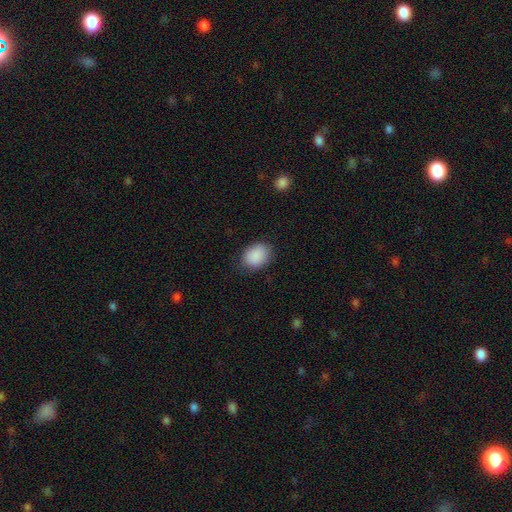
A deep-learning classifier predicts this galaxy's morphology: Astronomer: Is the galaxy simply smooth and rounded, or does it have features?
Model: smooth — 89%.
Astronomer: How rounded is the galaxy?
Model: in between — 64%.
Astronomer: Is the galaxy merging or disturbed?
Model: none — 81%.